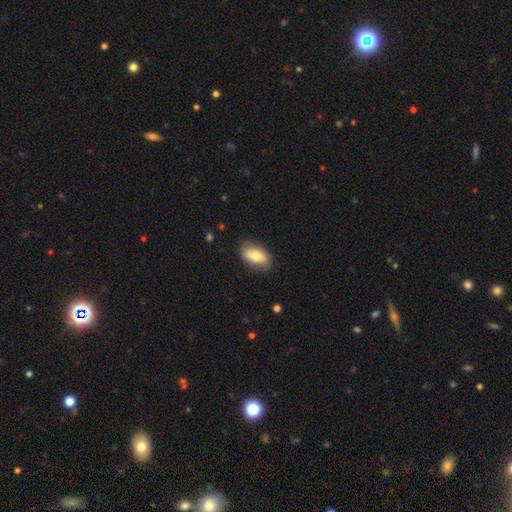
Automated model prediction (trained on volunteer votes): Smooth or featured: smooth — 71% (featured or disk — 22%)
How rounded: in between — 90% (round — 6%)
Merging: none — 84% (minor disturbance — 13%)